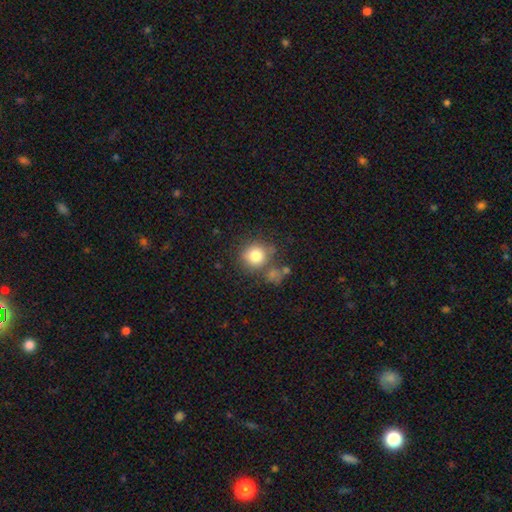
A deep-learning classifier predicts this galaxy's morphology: Overall: smooth (79%). How rounded: round (88%). Merging: none (68%).